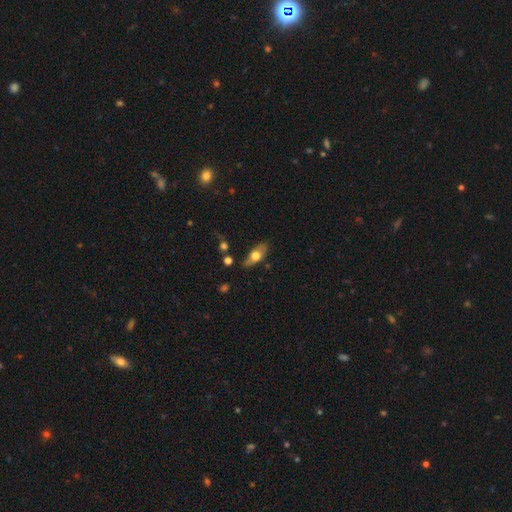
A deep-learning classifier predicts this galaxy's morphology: The model was most divided on "smooth or featured": smooth: 60%, featured or disk: 33%, star or artifact: 7%. More confident: how rounded — in between (79%); merging — none (77%).